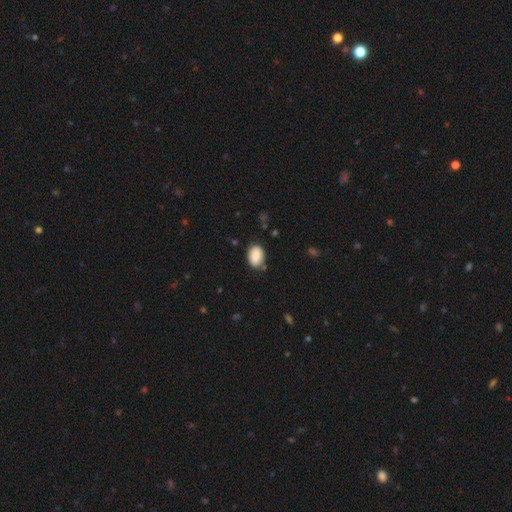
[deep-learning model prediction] Smooth or featured? smooth (88%)
How rounded? in between (86%)
Merging? none (79%)